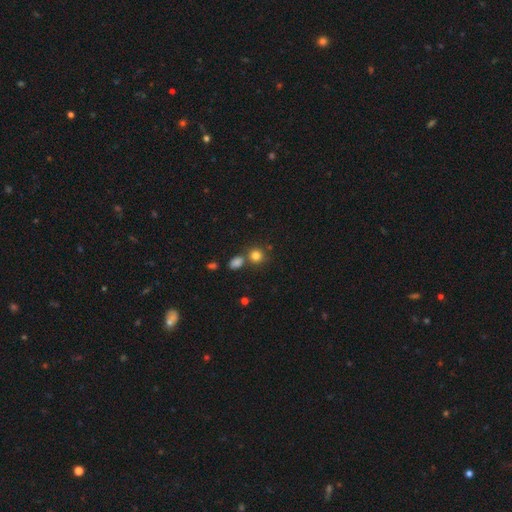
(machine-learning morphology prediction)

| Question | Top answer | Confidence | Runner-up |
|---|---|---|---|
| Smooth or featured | smooth | 81% | star or artifact (13%) |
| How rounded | round | 83% | in between (16%) |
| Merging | none | 64% | merger (23%) |